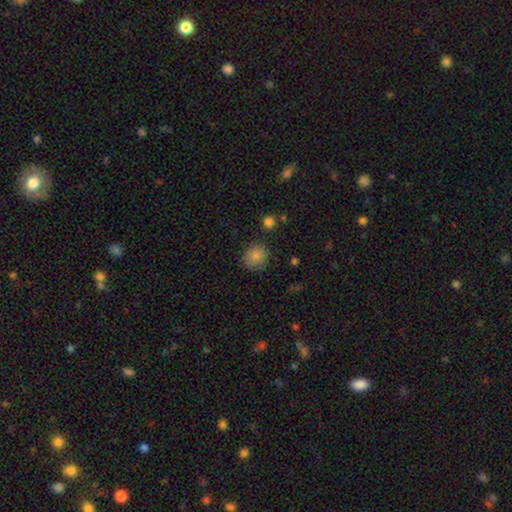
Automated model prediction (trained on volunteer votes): Q: Smooth or featured?
A: smooth (84%); runner-up: star or artifact (10%)
Q: How rounded?
A: round (85%); runner-up: in between (14%)
Q: Merging?
A: none (84%); runner-up: minor disturbance (11%)